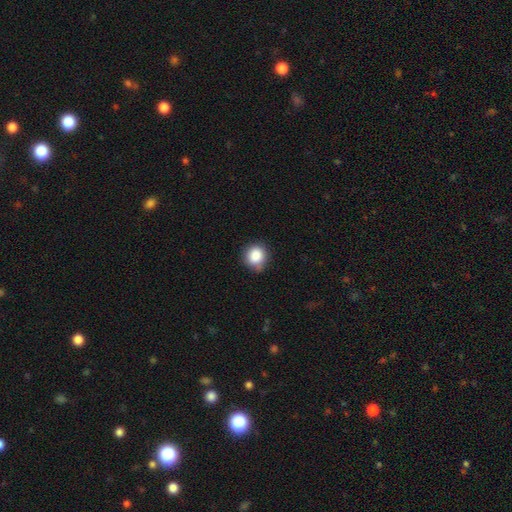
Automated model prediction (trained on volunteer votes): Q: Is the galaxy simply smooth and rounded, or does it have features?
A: smooth — 86%.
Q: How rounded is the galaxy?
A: round — 88%.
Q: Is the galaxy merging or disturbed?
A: none — 77%.